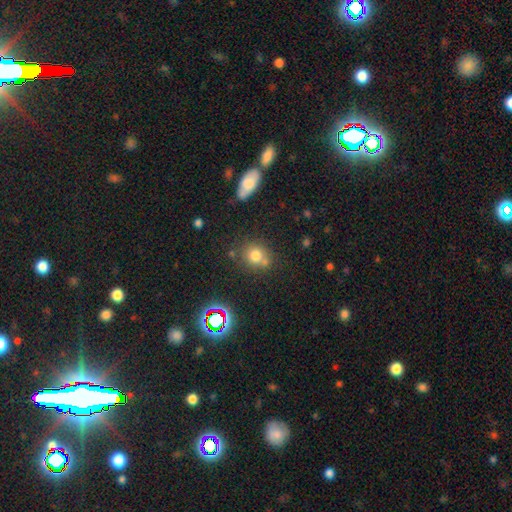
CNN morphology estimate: Overall: smooth (73%). How rounded: round (75%). Merging: none (65%).